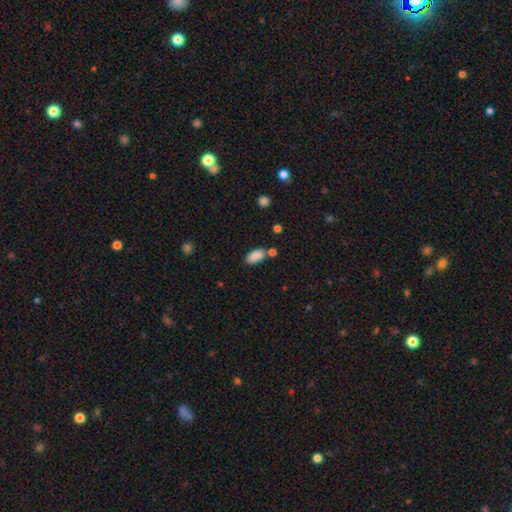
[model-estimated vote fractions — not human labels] Smooth or featured? smooth (88%)
How rounded? in between (91%)
Merging? none (70%)